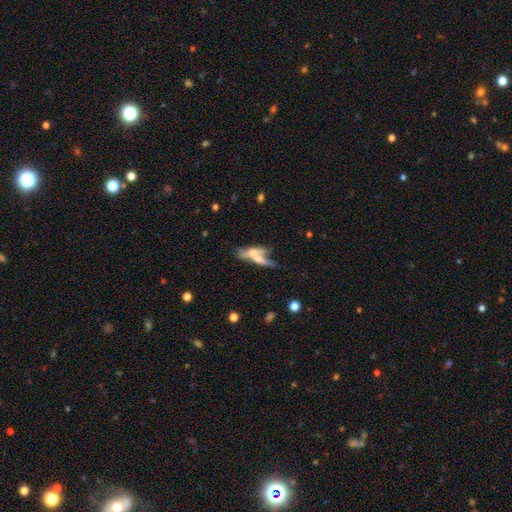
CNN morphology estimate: smooth-or-featured: smooth: 48% | featured or disk: 44% | star or artifact: 8%
  merging: merger: 53% | none: 28% | minor disturbance: 11% | major disturbance: 8%